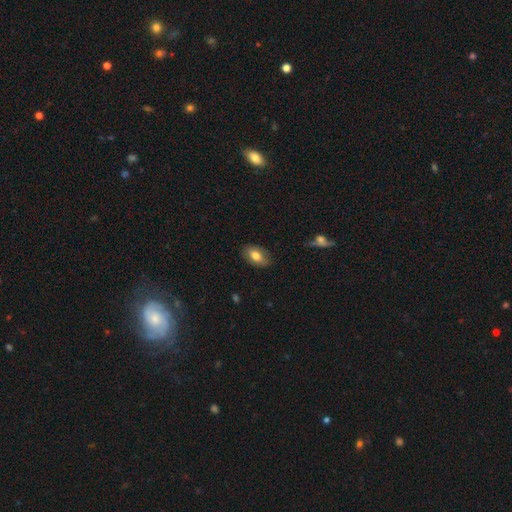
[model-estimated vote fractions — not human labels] This is likely a smooth galaxy (76%). How rounded: clearly in between (91%). Merging: clearly none (83%).